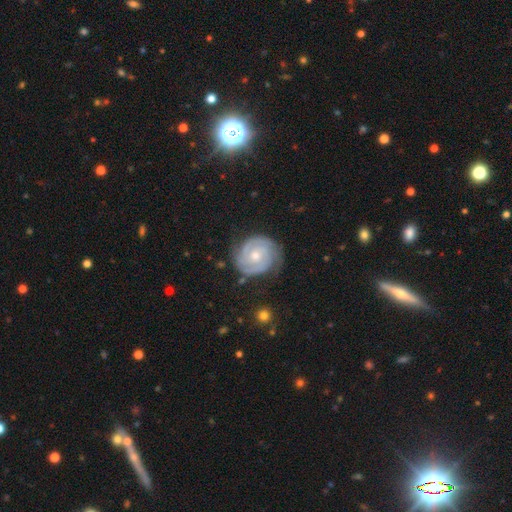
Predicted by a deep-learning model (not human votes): Smooth or featured? Predicted: featured or disk (p=0.85). Edge-on disk? Predicted: no (p=0.98). Bar? Predicted: no (p=0.68). Spiral arms? Predicted: yes (p=0.96). Spiral winding? Predicted: tight (p=0.71). Spiral arm count? Predicted: 2 (p=0.53). Bulge size? Predicted: small (p=0.50). Merging? Predicted: none (p=0.74).